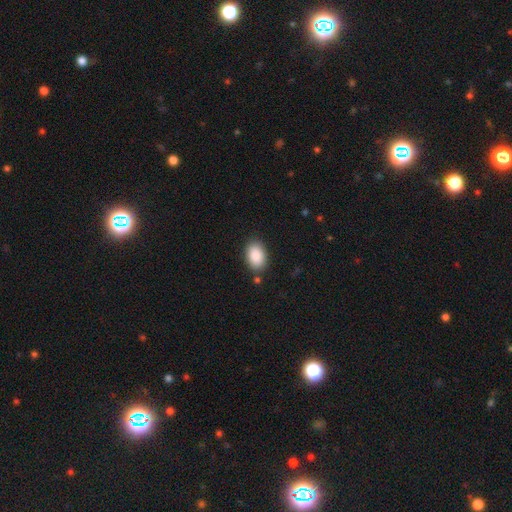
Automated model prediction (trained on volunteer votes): Q: Smooth or featured?
A: smooth (89%); runner-up: star or artifact (6%)
Q: How rounded?
A: in between (90%); runner-up: round (9%)
Q: Merging?
A: none (84%); runner-up: minor disturbance (11%)